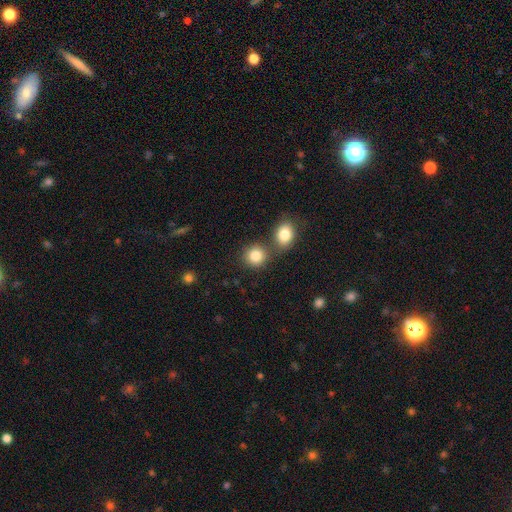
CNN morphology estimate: This is clearly a smooth galaxy (84%). How rounded: clearly round (83%). Merging: likely none (62%).